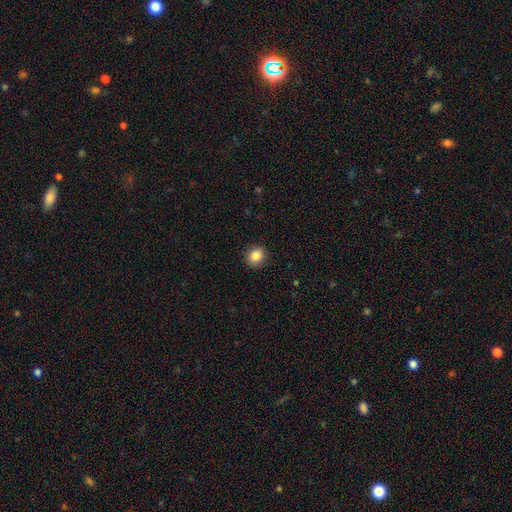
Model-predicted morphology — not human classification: This is clearly a smooth galaxy (86%). How rounded: likely round (79%). Merging: clearly none (90%).